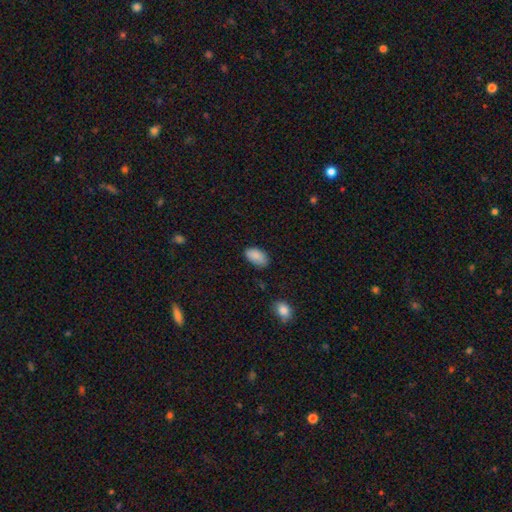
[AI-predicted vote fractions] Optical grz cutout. It shows a smooth galaxy with no disk features (88%) that is in between round and cigar-shaped (94%). Merging: none (75%).